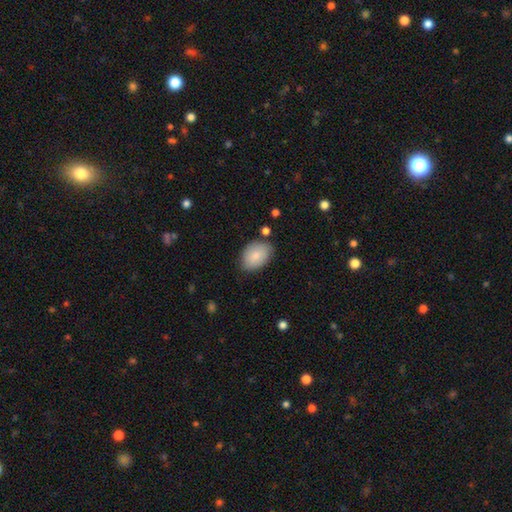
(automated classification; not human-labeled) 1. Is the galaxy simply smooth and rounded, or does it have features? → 84% smooth, 10% featured or disk, 7% star or artifact.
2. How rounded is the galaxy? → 81% in between, 18% round, 1% cigar-shaped.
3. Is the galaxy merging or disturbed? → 75% none, 18% minor disturbance, 4% major disturbance, 3% merger.